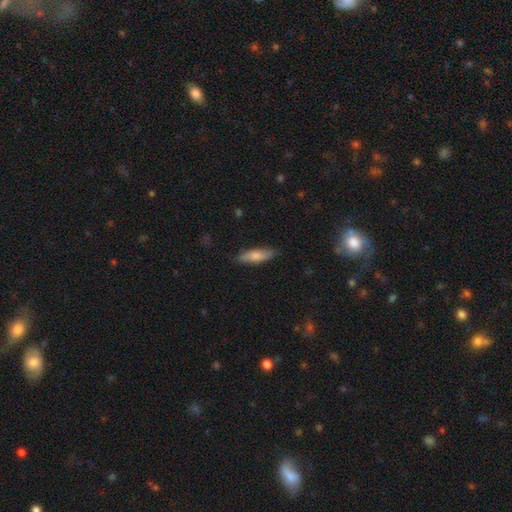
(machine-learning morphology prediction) The model was most divided on "how rounded": cigar-shaped: 56%, in between: 42%, round: 2%. More confident: merging — none (83%); smooth or featured — smooth (72%).